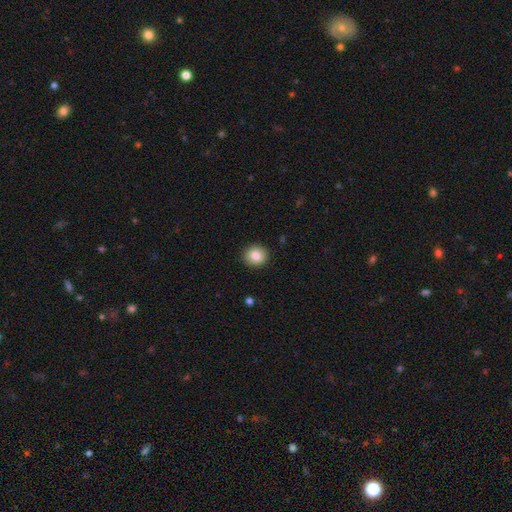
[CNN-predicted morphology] A smooth galaxy with no disk features (85%) that is round (83%).

Vote fractions:
- Smooth or featured? smooth: 85% / star or artifact: 9% / featured or disk: 7%
- How rounded? round: 83% / in between: 16% / cigar-shaped: 1%
- Merging? none: 92% / minor disturbance: 6% / major disturbance: 2% / merger: 1%